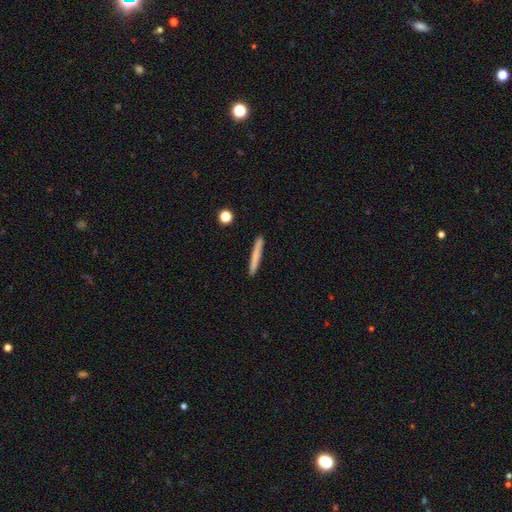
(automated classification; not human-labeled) Q: Smooth or featured?
A: smooth (72%); runner-up: featured or disk (21%)
Q: How rounded?
A: cigar-shaped (96%); runner-up: in between (2%)
Q: Merging?
A: none (90%); runner-up: minor disturbance (7%)